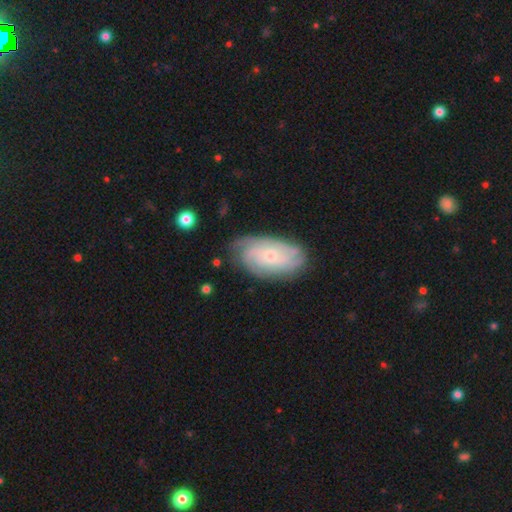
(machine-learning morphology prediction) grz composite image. It shows a featured or disk galaxy (76%) with no bar (74%), tight (63%) spiral arms (94%) and a small central bulge (69%). Merging: none (74%).